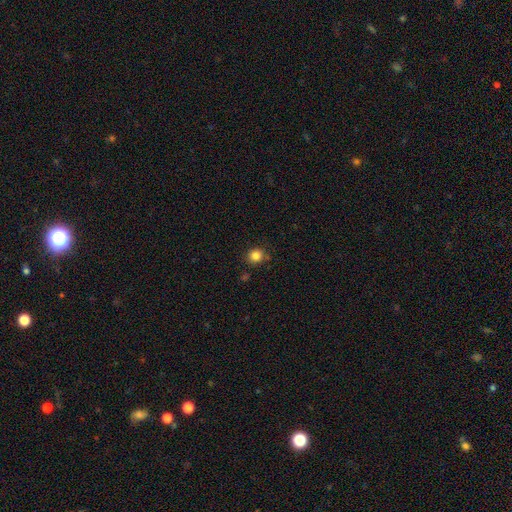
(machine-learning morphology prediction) Q: Smooth or featured?
A: smooth (83%); runner-up: star or artifact (12%)
Q: How rounded?
A: round (84%); runner-up: in between (15%)
Q: Merging?
A: none (84%); runner-up: minor disturbance (10%)